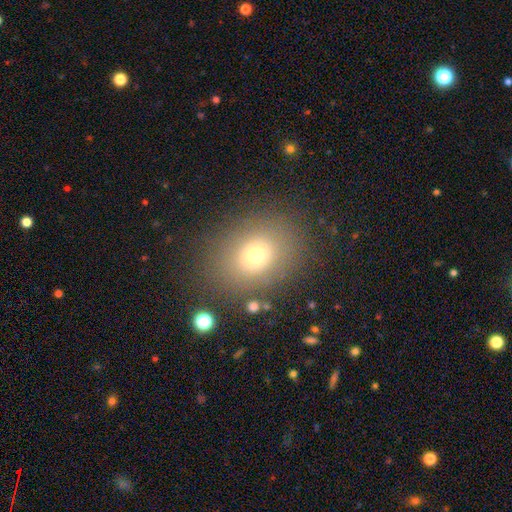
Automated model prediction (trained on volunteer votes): The model was most divided on "how rounded": in between: 53%, round: 46%, cigar-shaped: 1%. More confident: merging — none (84%); smooth or featured — smooth (70%).